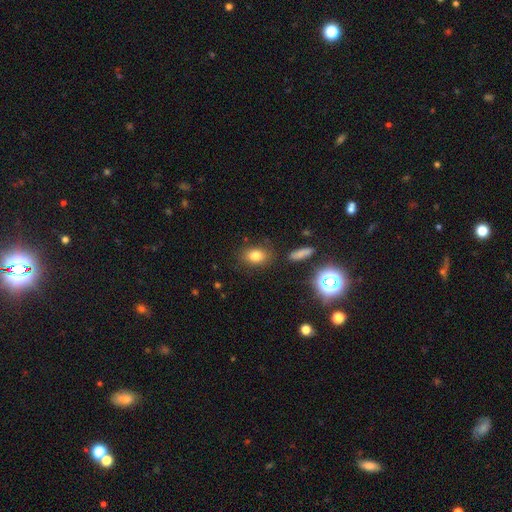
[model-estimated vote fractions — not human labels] smooth 80%, star or artifact 12%, featured or disk 8%. Down the decision tree: how rounded — in between (73%); merging — none (82%).